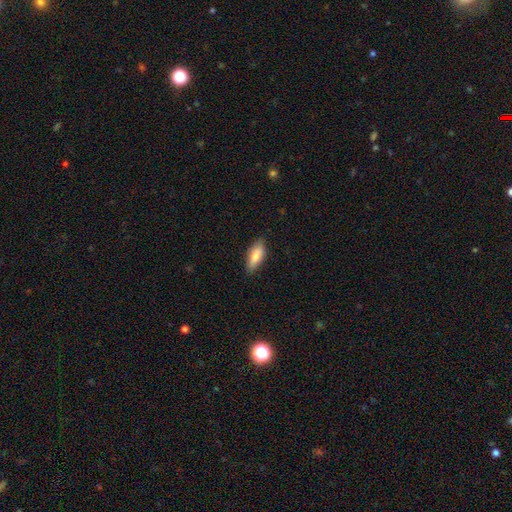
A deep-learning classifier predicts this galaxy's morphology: A smooth galaxy with no disk features (78%) that is in between round and cigar-shaped (72%).

Vote fractions:
- Smooth or featured? smooth: 78% / featured or disk: 16% / star or artifact: 6%
- How rounded? in between: 72% / cigar-shaped: 26% / round: 2%
- Merging? none: 83% / minor disturbance: 14% / major disturbance: 2% / merger: 1%